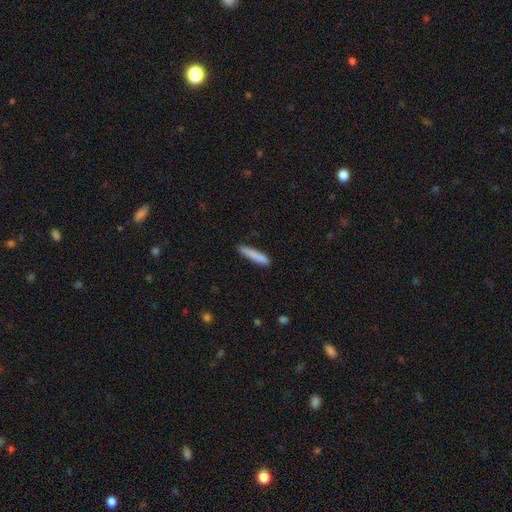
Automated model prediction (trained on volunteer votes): This appears to be a smooth galaxy with no disk features (84%) that is cigar-shaped (90%). Merging: none (86%).